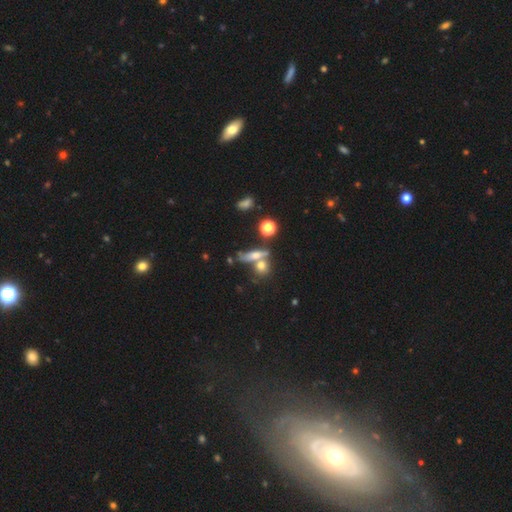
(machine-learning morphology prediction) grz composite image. It shows a smooth galaxy with no disk features (49%). Merging: none (47%).